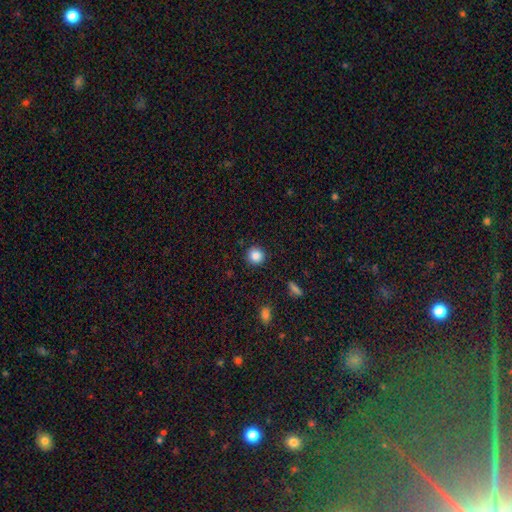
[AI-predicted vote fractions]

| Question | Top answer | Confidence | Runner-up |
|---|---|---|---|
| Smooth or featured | smooth | 85% | star or artifact (10%) |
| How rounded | round | 93% | in between (6%) |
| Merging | none | 91% | minor disturbance (6%) |